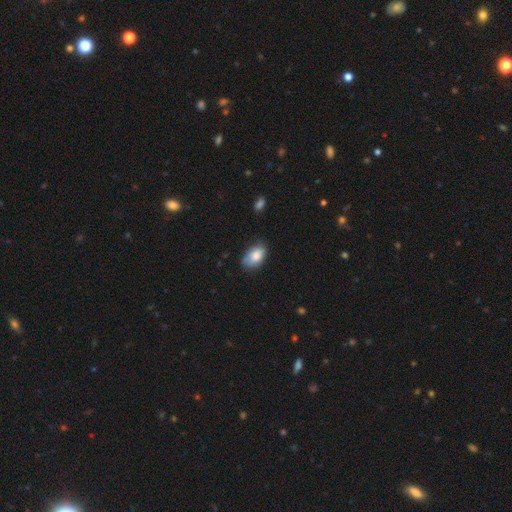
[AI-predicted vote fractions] Smooth or featured?
  - smooth: 83% *
  - featured or disk: 10%
  - star or artifact: 7%
How rounded?
  - in between: 92% *
  - round: 7%
  - cigar-shaped: 1%
Merging?
  - none: 67% *
  - minor disturbance: 27%
  - major disturbance: 5%
  - merger: 2%